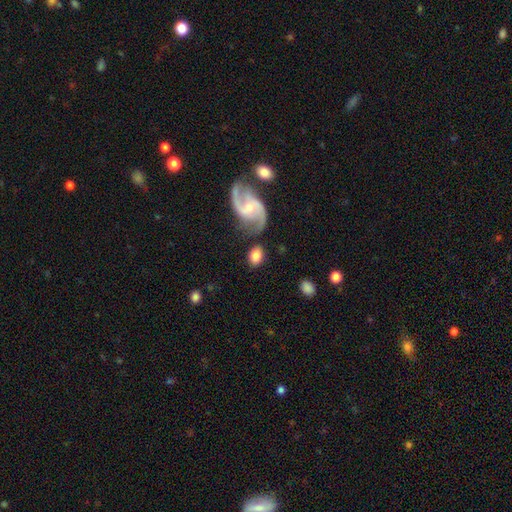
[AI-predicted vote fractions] Morphology: type=smooth (68%); roundness=in between (74%); merging=none (70%).